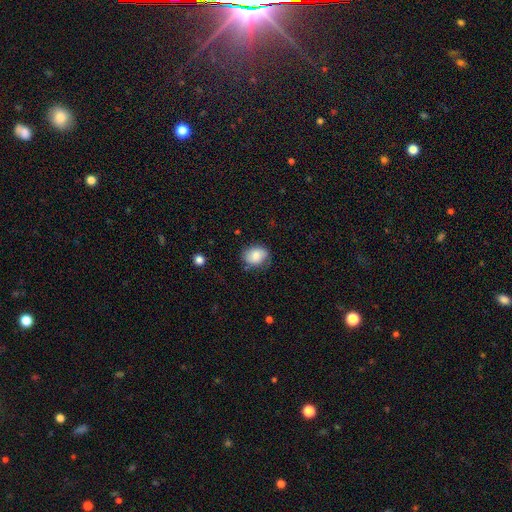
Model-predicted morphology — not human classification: Smooth or featured? smooth (75%)
How rounded? in between (53%)
Merging? none (70%)